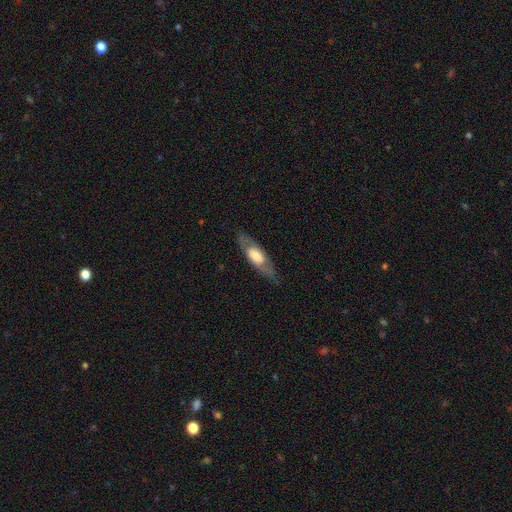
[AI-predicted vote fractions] smooth_or_featured: featured or disk (p=0.49) [alt: smooth p=0.45]
merging: none (p=0.77) [alt: minor disturbance p=0.16]